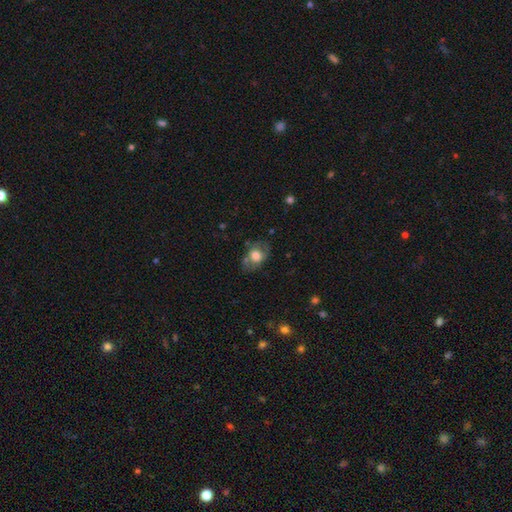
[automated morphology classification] smooth-or-featured: smooth: 63% | featured or disk: 30% | star or artifact: 8%
  how-rounded: in between: 75% | round: 24% | cigar-shaped: 1%
  merging: none: 66% | minor disturbance: 21% | major disturbance: 8% | merger: 4%